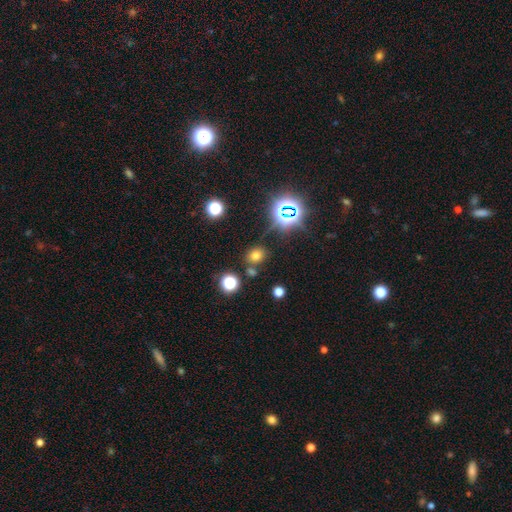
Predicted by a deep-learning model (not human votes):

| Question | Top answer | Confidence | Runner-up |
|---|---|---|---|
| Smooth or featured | smooth | 65% | star or artifact (28%) |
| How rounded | round | 61% | in between (38%) |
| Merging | none | 74% | minor disturbance (12%) |